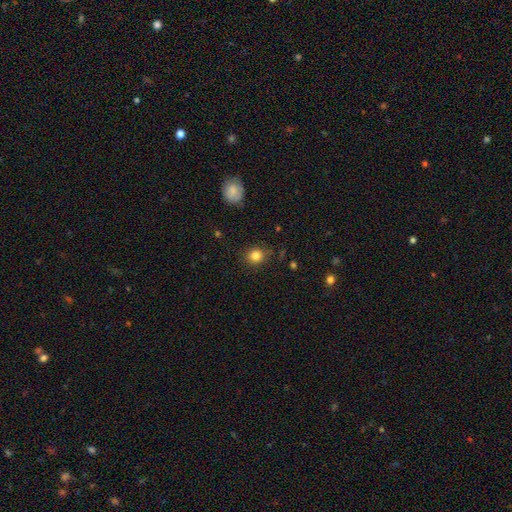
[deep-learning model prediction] The model was most divided on "how rounded": round: 82%, in between: 17%, cigar-shaped: 1%. More confident: merging — none (84%); smooth or featured — smooth (83%).